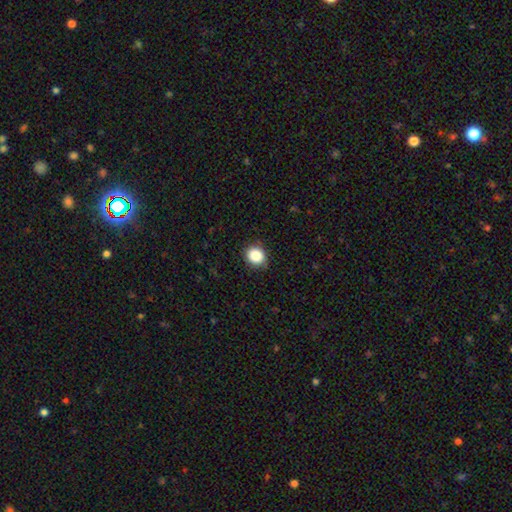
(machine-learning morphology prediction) type=smooth (87%); roundness=round (79%); merging=none (89%).